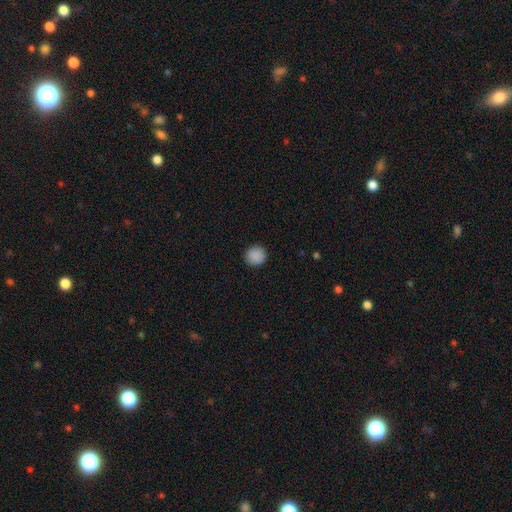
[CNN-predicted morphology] A smooth galaxy with no disk features (89%) that is round (94%).

Vote fractions:
- Smooth or featured? smooth: 89% / star or artifact: 8% / featured or disk: 2%
- How rounded? round: 94% / in between: 5% / cigar-shaped: 1%
- Merging? none: 92% / minor disturbance: 6% / major disturbance: 2% / merger: 1%